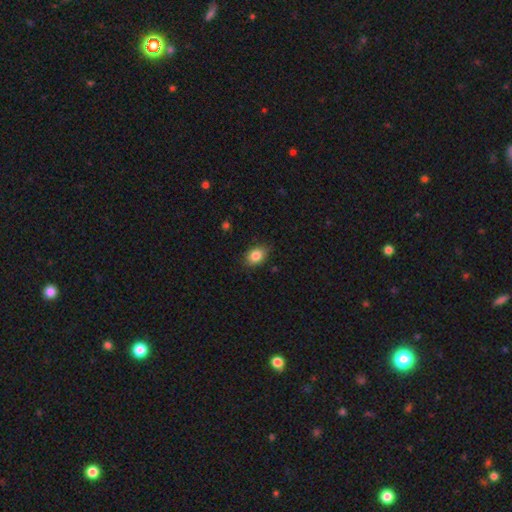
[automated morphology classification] This is clearly a smooth galaxy (85%). How rounded: likely in between (73%). Merging: clearly none (82%).